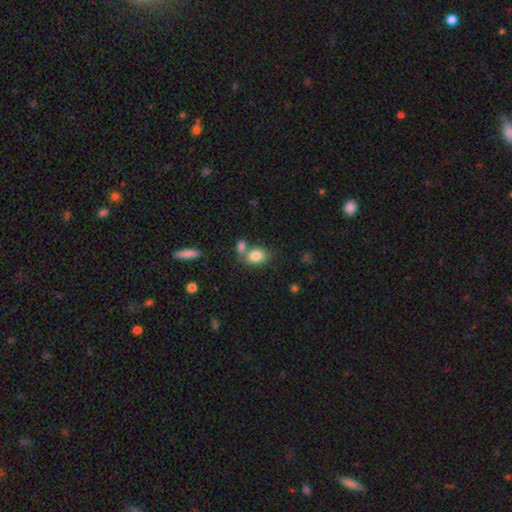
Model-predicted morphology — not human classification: Smooth or featured? smooth (83%)
How rounded? in between (67%)
Merging? none (52%)